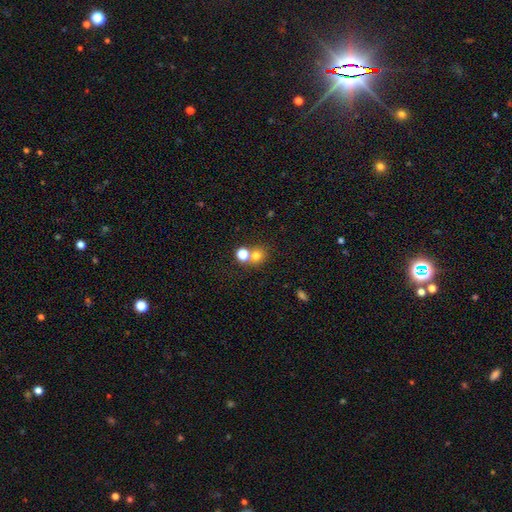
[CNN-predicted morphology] Smooth or featured? smooth (74%)
How rounded? round (80%)
Merging? none (53%)